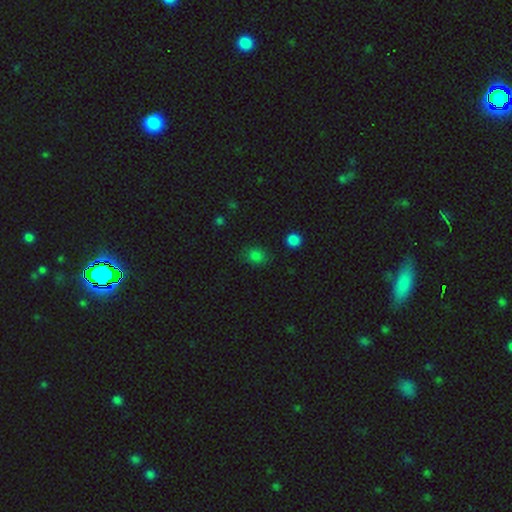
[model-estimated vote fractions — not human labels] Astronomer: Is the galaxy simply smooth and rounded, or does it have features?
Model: smooth — 79%.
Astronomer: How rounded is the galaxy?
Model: round — 57% (runner-up: in between, 42%).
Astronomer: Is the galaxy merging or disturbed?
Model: none — 80%.